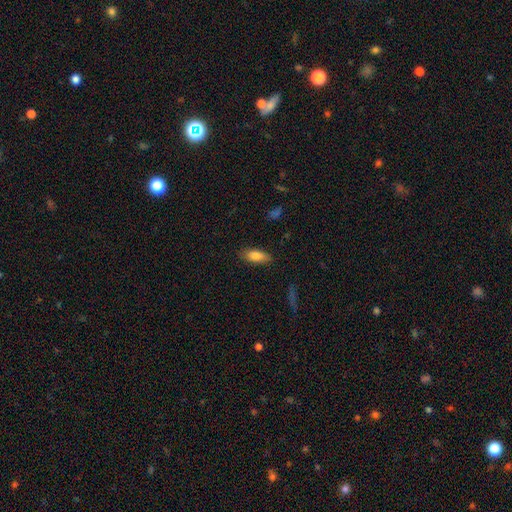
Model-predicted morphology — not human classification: Q: Smooth or featured?
A: smooth (84%); runner-up: featured or disk (9%)
Q: How rounded?
A: in between (79%); runner-up: cigar-shaped (19%)
Q: Merging?
A: none (83%); runner-up: minor disturbance (13%)